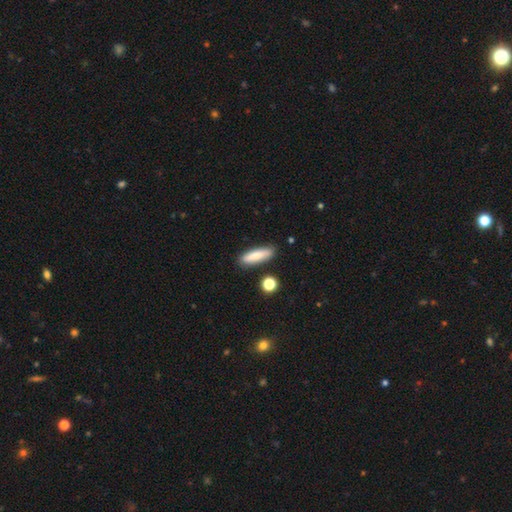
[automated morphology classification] Smooth or featured? smooth (80%)
How rounded? cigar-shaped (66%)
Merging? none (86%)